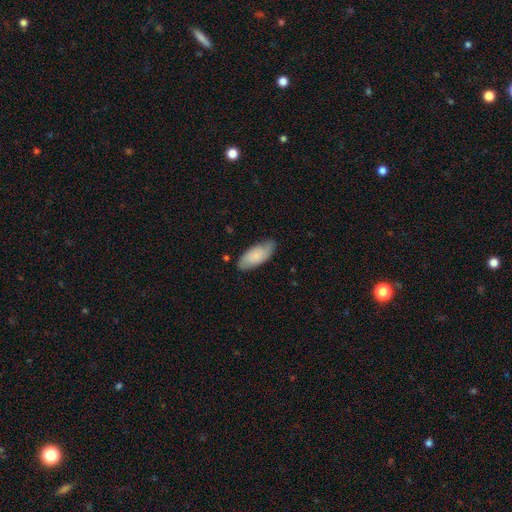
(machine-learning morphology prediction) A smooth galaxy with no disk features (69%) that is in between round and cigar-shaped (87%).

Vote fractions:
- Smooth or featured? smooth: 69% / featured or disk: 25% / star or artifact: 6%
- How rounded? in between: 87% / cigar-shaped: 12% / round: 2%
- Merging? none: 74% / minor disturbance: 21% / major disturbance: 4% / merger: 1%